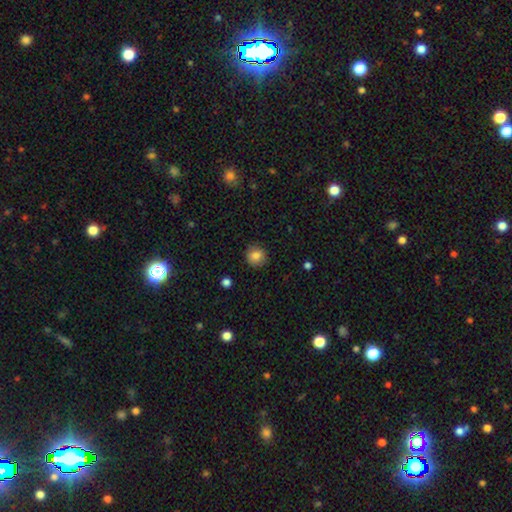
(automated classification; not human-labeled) smooth_or_featured: smooth (p=0.84) [alt: star or artifact p=0.09]
how_rounded: round (p=0.91) [alt: in between p=0.08]
merging: none (p=0.88) [alt: minor disturbance p=0.09]